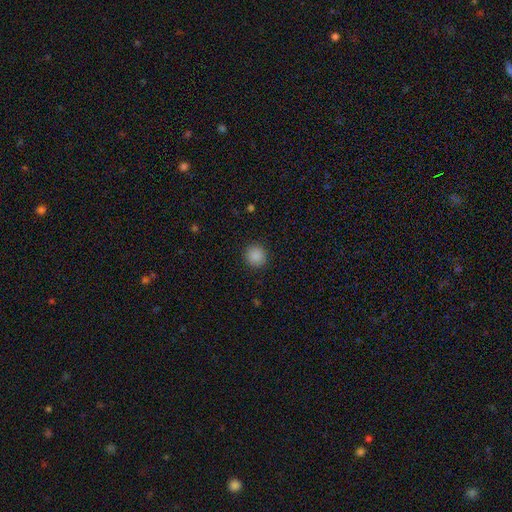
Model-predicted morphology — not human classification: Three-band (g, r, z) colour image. It shows a smooth galaxy with no disk features (88%) that is round (93%). Merging: none (92%).